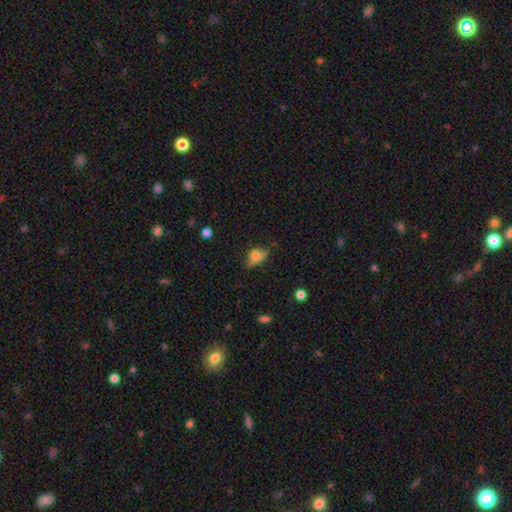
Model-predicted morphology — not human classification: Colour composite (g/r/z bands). It shows a smooth galaxy with no disk features (66%) that is in between round and cigar-shaped (75%). Merging: none (50%).